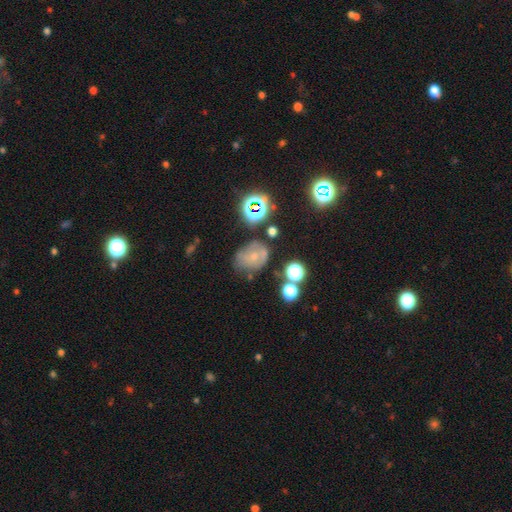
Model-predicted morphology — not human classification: This appears to be a smooth galaxy with no disk features (43%). Merging: none (51%).